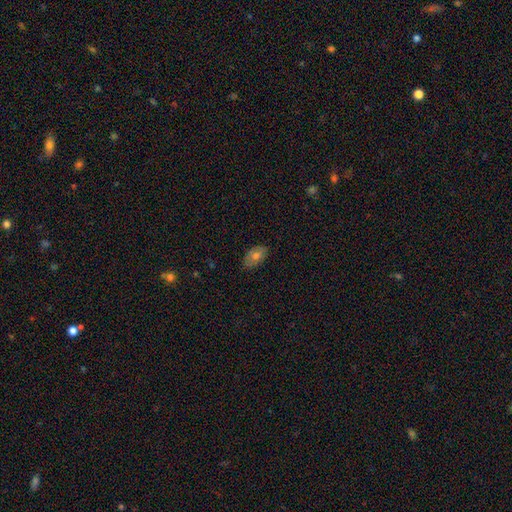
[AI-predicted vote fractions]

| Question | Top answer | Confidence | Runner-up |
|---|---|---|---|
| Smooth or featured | smooth | 64% | featured or disk (25%) |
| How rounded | in between | 89% | round (8%) |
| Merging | none | 80% | minor disturbance (16%) |